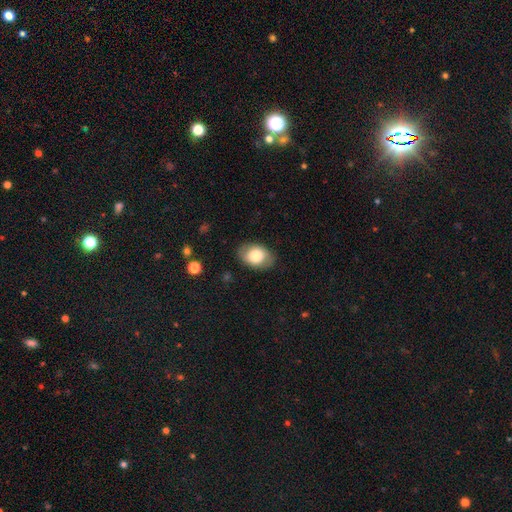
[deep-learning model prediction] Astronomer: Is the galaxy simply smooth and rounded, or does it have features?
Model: smooth — 74%.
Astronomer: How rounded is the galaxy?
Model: in between — 80%.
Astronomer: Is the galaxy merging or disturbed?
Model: none — 83%.